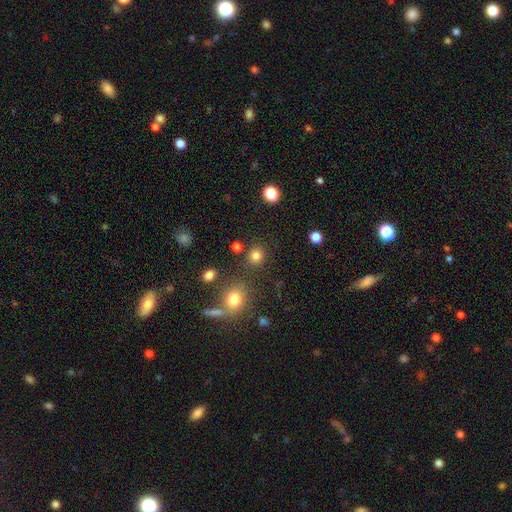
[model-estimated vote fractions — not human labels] Smooth or featured? Predicted: smooth (p=0.81). How rounded? Predicted: round (p=0.84). Merging? Predicted: none (p=0.82).